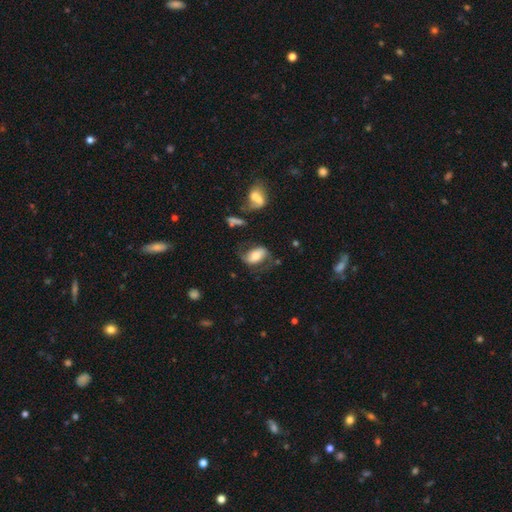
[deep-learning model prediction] Morphology: type=featured or disk (49%); merging=none (56%).